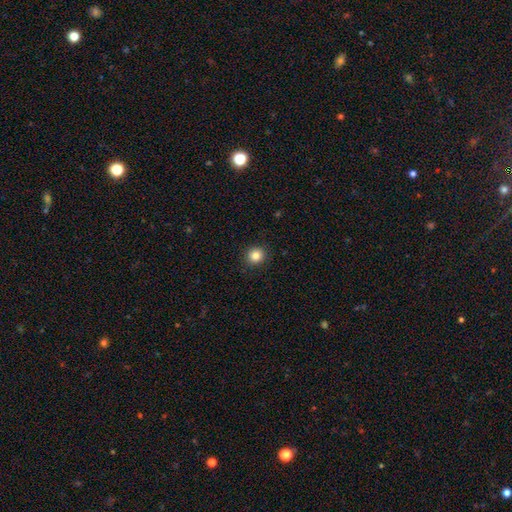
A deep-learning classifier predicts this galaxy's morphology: The model was most divided on "smooth or featured": smooth: 83%, star or artifact: 11%, featured or disk: 6%. More confident: merging — none (92%); how rounded — round (90%).